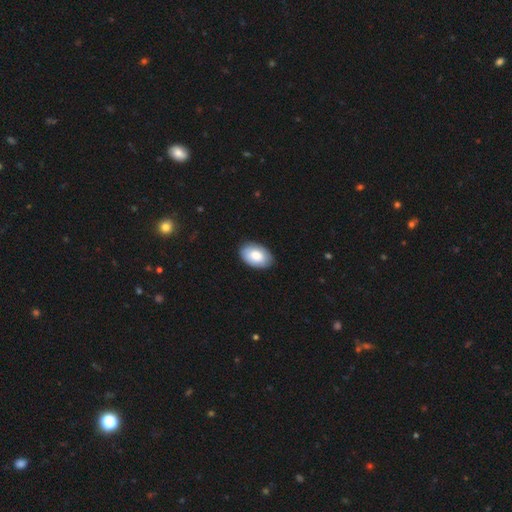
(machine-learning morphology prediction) A smooth galaxy with no disk features (82%) that is in between round and cigar-shaped (91%). Merging: none (85%).